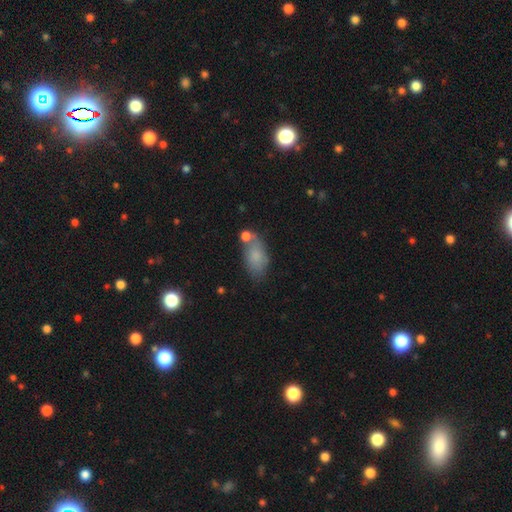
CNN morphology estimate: smooth 76%, featured or disk 15%, star or artifact 9%. Down the decision tree: how rounded — in between (91%); merging — none (56%).